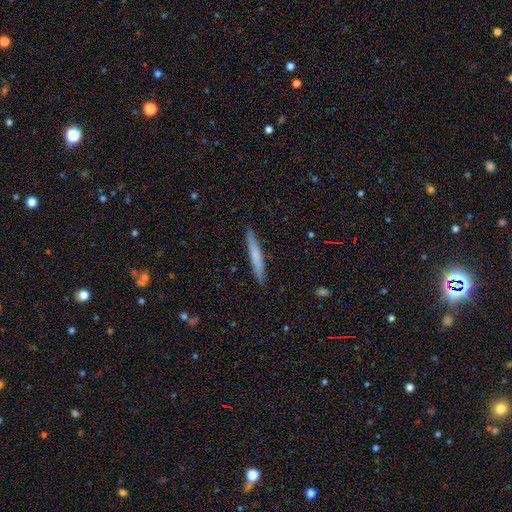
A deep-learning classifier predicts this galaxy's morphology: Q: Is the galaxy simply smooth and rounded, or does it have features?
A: smooth — 64%.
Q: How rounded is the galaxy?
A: cigar-shaped — 96%.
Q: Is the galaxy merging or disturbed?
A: none — 90%.